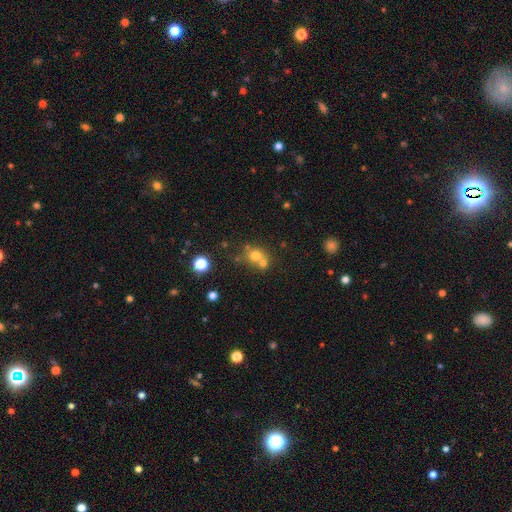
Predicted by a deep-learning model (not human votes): Q: Smooth or featured?
A: smooth (69%); runner-up: star or artifact (16%)
Q: How rounded?
A: round (79%); runner-up: in between (20%)
Q: Merging?
A: merger (47%); runner-up: none (42%)